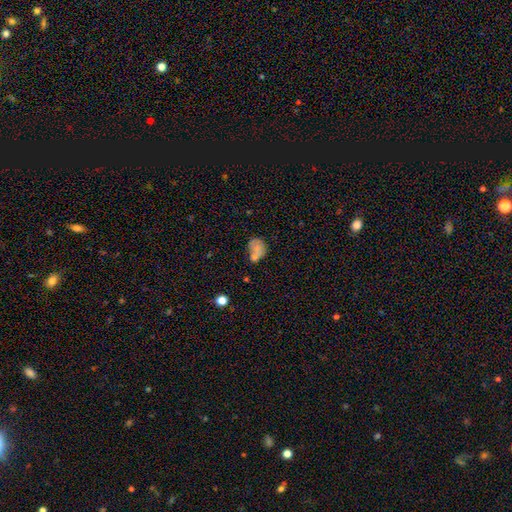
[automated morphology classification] The model was most divided on "merging": none: 40%, minor disturbance: 23%, merger: 21%, major disturbance: 16%. More confident: smooth or featured — smooth (64%); how rounded — in between (62%).